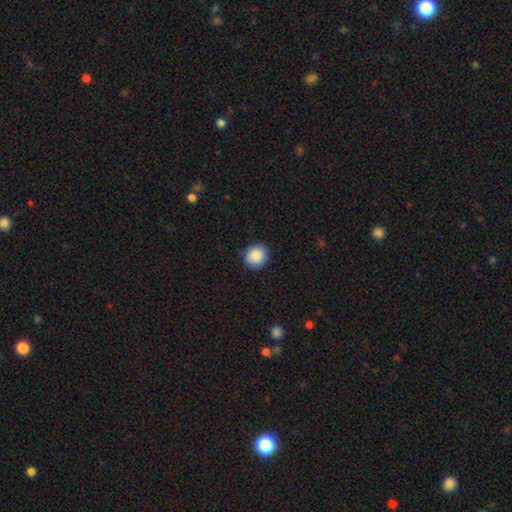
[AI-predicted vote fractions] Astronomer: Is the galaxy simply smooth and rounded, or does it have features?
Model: smooth — 89%.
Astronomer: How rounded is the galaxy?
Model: round — 85%.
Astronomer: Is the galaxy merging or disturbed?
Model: none — 89%.